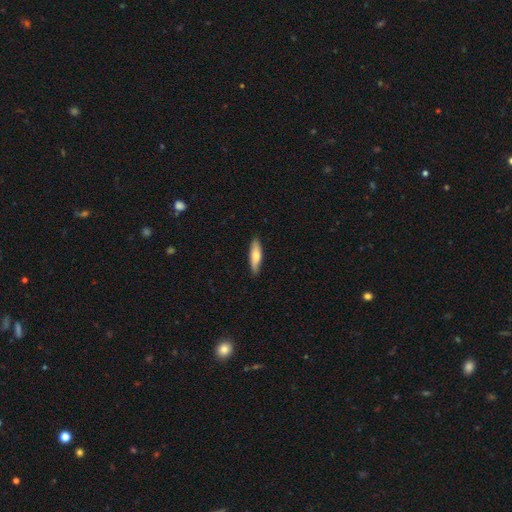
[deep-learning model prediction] This is likely a smooth galaxy (69%). How rounded: likely cigar-shaped (61%). Merging: clearly none (86%).